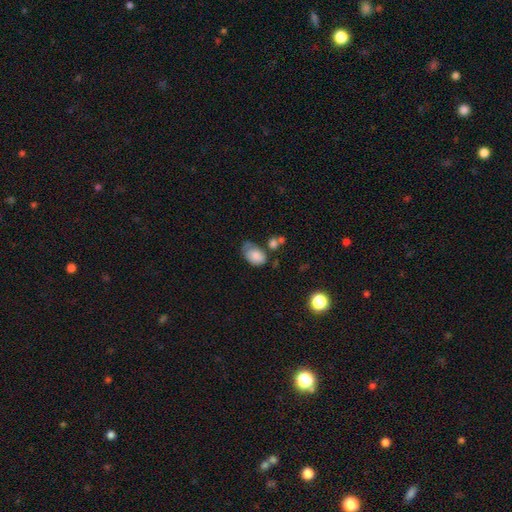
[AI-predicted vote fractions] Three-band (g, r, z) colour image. It shows a smooth galaxy with no disk features (78%) that is in between round and cigar-shaped (86%). Merging: minor disturbance (37%).